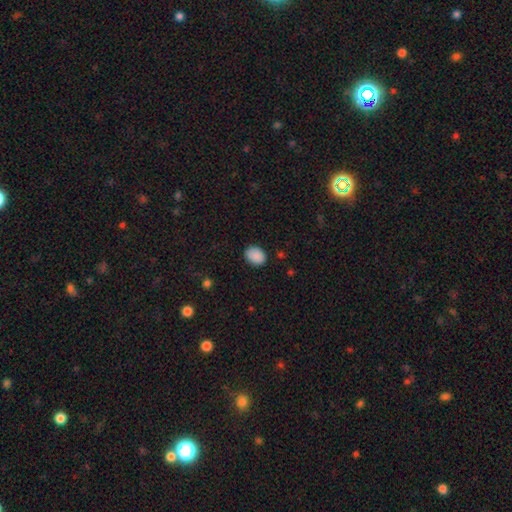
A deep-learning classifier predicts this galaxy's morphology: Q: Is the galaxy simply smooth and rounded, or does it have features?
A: smooth — 88%.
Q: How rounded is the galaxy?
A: in between — 58%.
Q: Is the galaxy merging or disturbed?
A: none — 84%.